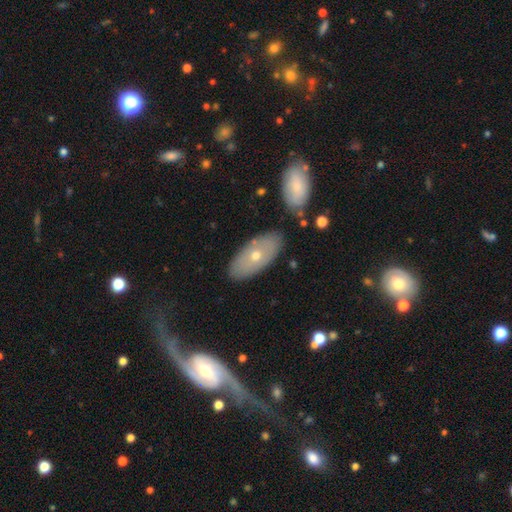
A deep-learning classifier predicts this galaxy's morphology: This appears to be a smooth galaxy with no disk features (57%) that is in between round and cigar-shaped (91%). Merging: none (80%).